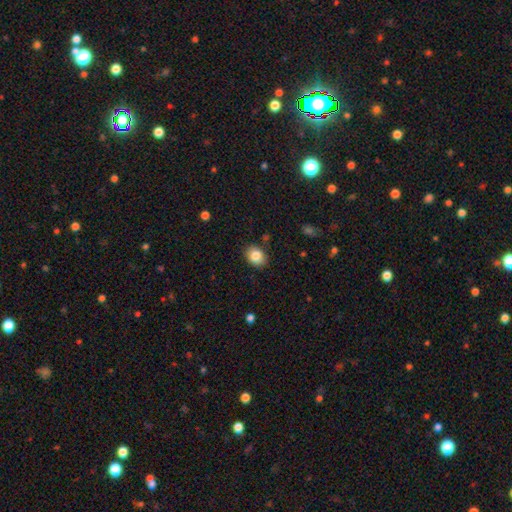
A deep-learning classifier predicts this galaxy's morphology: smooth_or_featured: smooth (p=0.84) [alt: star or artifact p=0.08]
how_rounded: in between (p=0.66) [alt: round p=0.33]
merging: none (p=0.85) [alt: minor disturbance p=0.11]